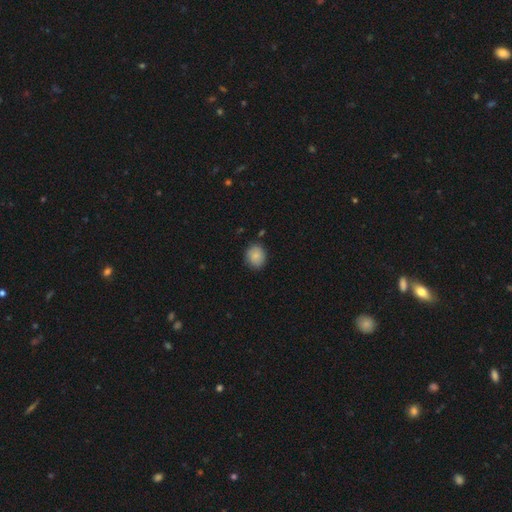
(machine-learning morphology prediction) Smooth or featured: smooth — 85% (star or artifact — 8%)
How rounded: round — 71% (in between — 28%)
Merging: none — 82% (minor disturbance — 13%)